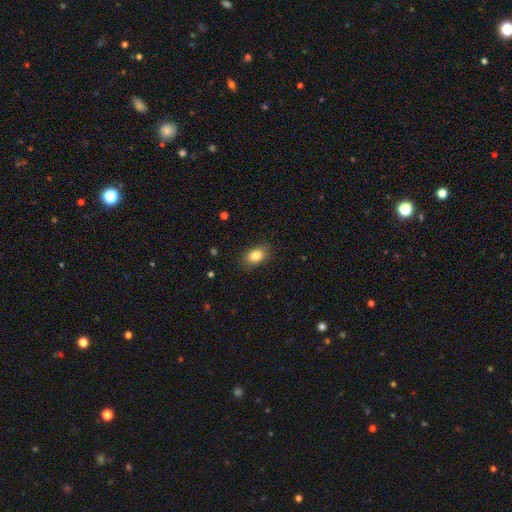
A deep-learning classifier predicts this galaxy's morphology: Smooth or featured? Predicted: smooth (p=0.84). How rounded? Predicted: in between (p=0.83). Merging? Predicted: none (p=0.85).